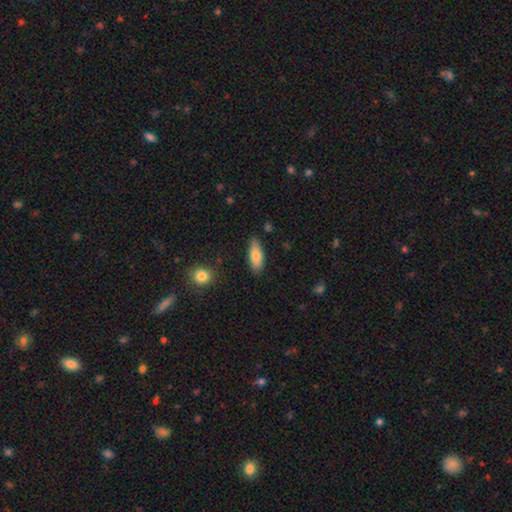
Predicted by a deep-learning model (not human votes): A smooth galaxy with no disk features (80%) that is in between round and cigar-shaped (76%). Merging: none (82%).